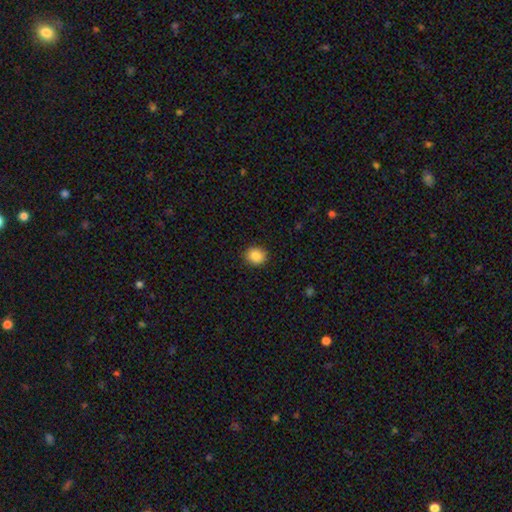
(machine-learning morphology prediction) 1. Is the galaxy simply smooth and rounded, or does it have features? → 87% smooth, 9% star or artifact, 4% featured or disk.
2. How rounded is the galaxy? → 70% round, 29% in between, 1% cigar-shaped.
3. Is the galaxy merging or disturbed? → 91% none, 6% minor disturbance, 2% major disturbance, 1% merger.